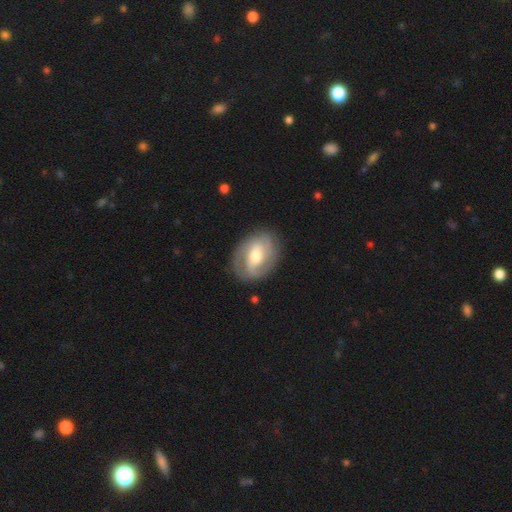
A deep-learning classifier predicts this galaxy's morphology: A featured or disk galaxy (73%) with a weak bar (41%), 2 (64%) tight (49%) spiral arms (82%) and a moderate central bulge (67%).

Vote fractions:
- Smooth or featured? featured or disk: 73% / smooth: 21% / star or artifact: 5%
- Edge-on disk? no: 96% / yes: 4%
- Bar? weak: 41% / no: 30% / strong: 29%
- Spiral arms? yes: 82% / no: 18%
- Spiral winding? tight: 49% / medium: 37% / loose: 15%
- Spiral arm count? 2: 64% / can't tell: 19% / 3: 9% / 1: 4% / 4: 2% / more than 4: 2%
- Bulge size? moderate: 67% / small: 23% / large: 8% / none: 1% / dominant: 1%
- Merging? none: 81% / minor disturbance: 13% / major disturbance: 5% / merger: 1%